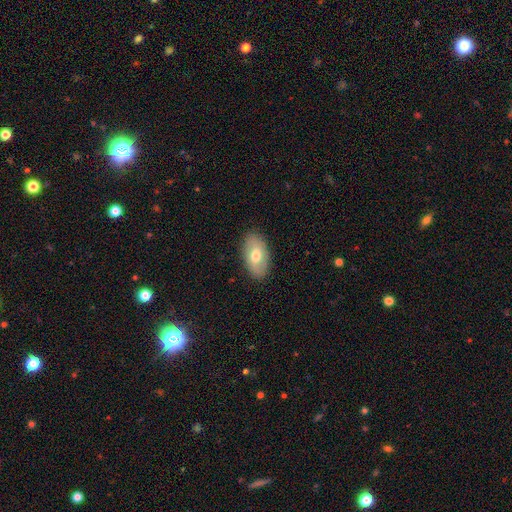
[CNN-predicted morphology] type=smooth (66%); roundness=in between (93%); merging=none (86%).